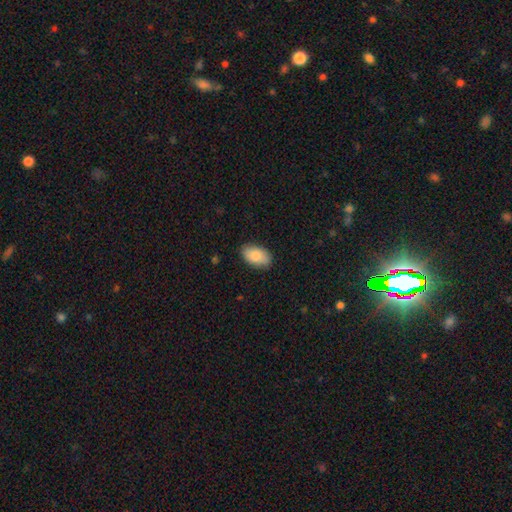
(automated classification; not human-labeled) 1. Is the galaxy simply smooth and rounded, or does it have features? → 87% smooth, 7% featured or disk, 6% star or artifact.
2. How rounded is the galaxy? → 94% in between, 5% round, 1% cigar-shaped.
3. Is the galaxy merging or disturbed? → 86% none, 11% minor disturbance, 2% major disturbance, 1% merger.